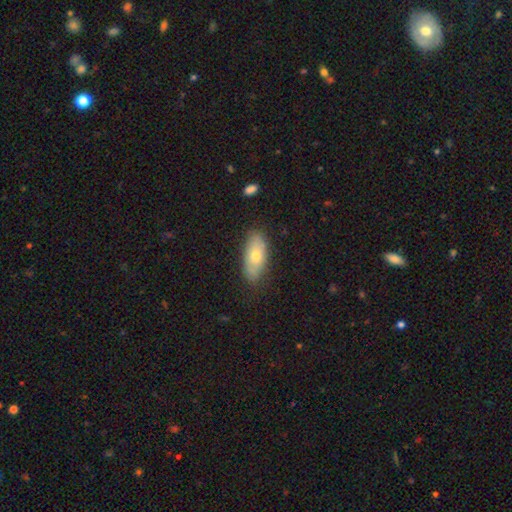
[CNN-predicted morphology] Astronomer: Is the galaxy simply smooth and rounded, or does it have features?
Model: smooth — 65%.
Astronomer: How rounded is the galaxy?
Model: in between — 86%.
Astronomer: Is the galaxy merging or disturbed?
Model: none — 81%.